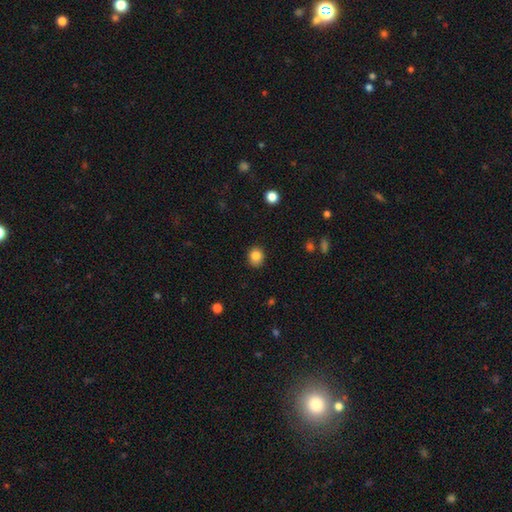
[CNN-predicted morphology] Smooth or featured: smooth — 84% (star or artifact — 10%)
How rounded: round — 66% (in between — 33%)
Merging: none — 87% (minor disturbance — 10%)